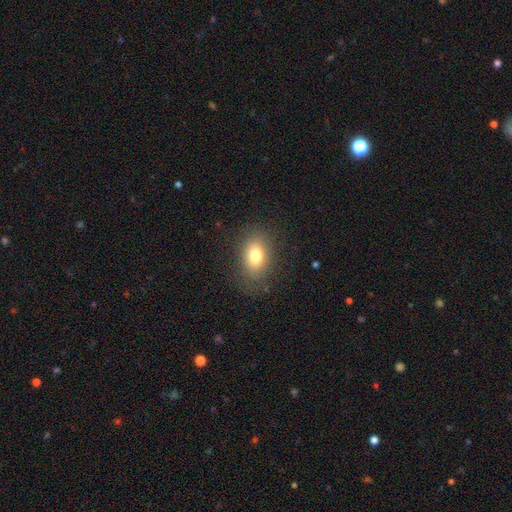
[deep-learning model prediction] A smooth galaxy with no disk features (77%) that is in between round and cigar-shaped (80%).

Vote fractions:
- Smooth or featured? smooth: 77% / featured or disk: 13% / star or artifact: 10%
- How rounded? in between: 80% / round: 19% / cigar-shaped: 2%
- Merging? none: 81% / minor disturbance: 12% / major disturbance: 5% / merger: 1%